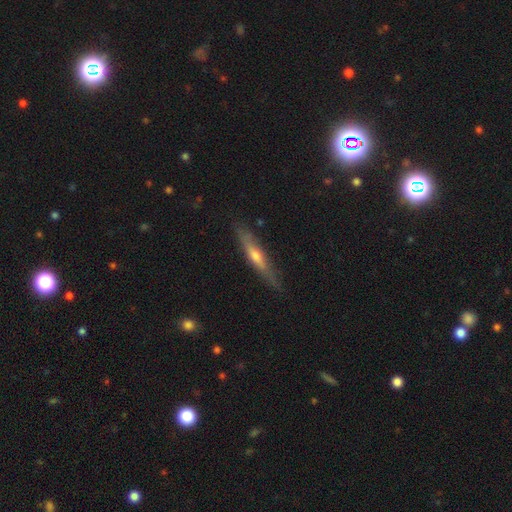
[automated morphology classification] Q: Smooth or featured?
A: featured or disk (57%); runner-up: smooth (37%)
Q: Edge-on disk?
A: yes (91%); runner-up: no (9%)
Q: Edge-on bulge?
A: rounded (73%); runner-up: none (20%)
Q: Merging?
A: none (82%); runner-up: minor disturbance (14%)